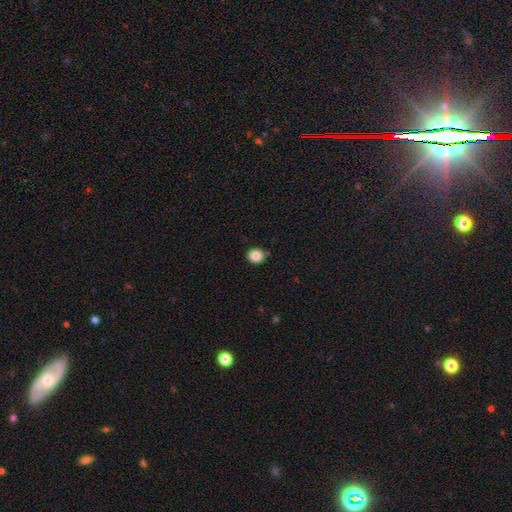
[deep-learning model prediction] smooth-or-featured: smooth: 86% | star or artifact: 10% | featured or disk: 4%
  how-rounded: round: 78% | in between: 21% | cigar-shaped: 1%
  merging: none: 87% | minor disturbance: 8% | merger: 2% | major disturbance: 2%